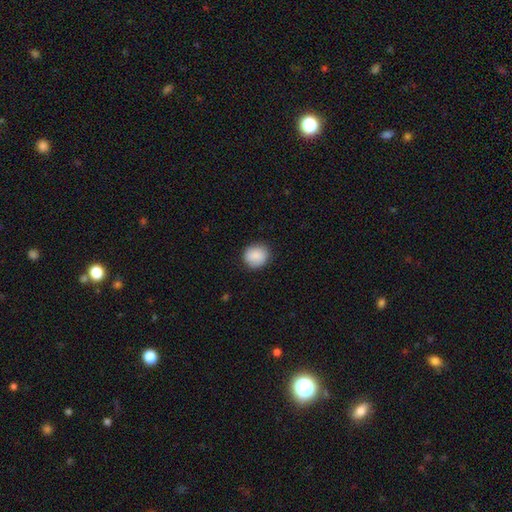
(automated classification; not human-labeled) smooth_or_featured: smooth (p=0.89) [alt: star or artifact p=0.07]
how_rounded: round (p=0.84) [alt: in between p=0.15]
merging: none (p=0.86) [alt: minor disturbance p=0.10]